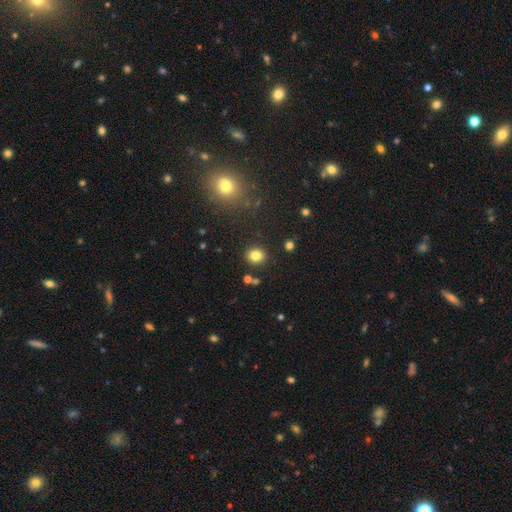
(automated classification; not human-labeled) A smooth galaxy with no disk features (81%) that is round (79%).

Vote fractions:
- Smooth or featured? smooth: 81% / star or artifact: 12% / featured or disk: 6%
- How rounded? round: 79% / in between: 20% / cigar-shaped: 1%
- Merging? none: 88% / minor disturbance: 7% / merger: 3% / major disturbance: 2%